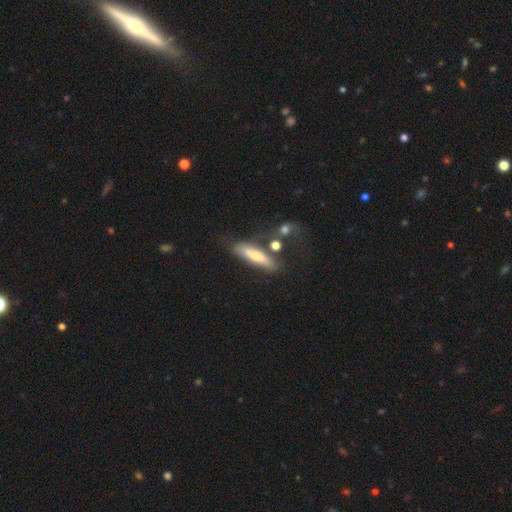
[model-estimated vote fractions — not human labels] The model was most divided on "smooth or featured": smooth: 53%, featured or disk: 40%, star or artifact: 8%. More confident: how rounded — cigar-shaped (75%); merging — none (53%).